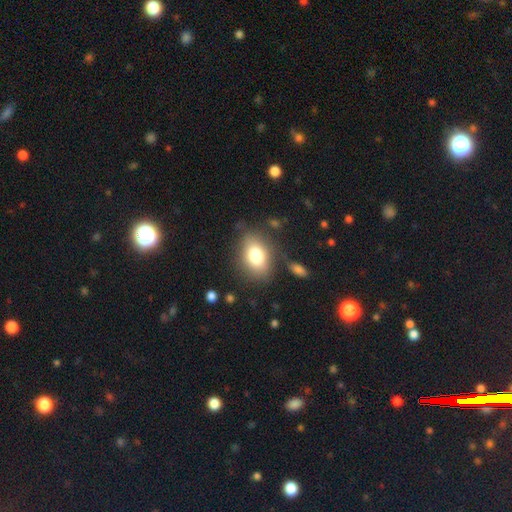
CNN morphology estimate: type=smooth (78%); roundness=in between (73%); merging=none (79%).